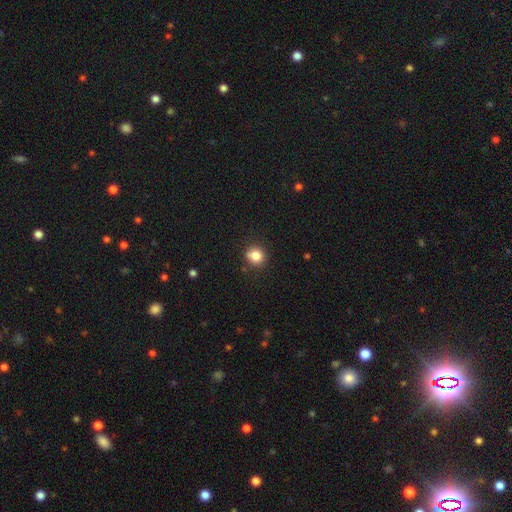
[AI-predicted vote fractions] Smooth or featured?
  - smooth: 82% *
  - star or artifact: 11%
  - featured or disk: 6%
How rounded?
  - round: 85% *
  - in between: 14%
  - cigar-shaped: 1%
Merging?
  - none: 82% *
  - minor disturbance: 12%
  - major disturbance: 3%
  - merger: 3%